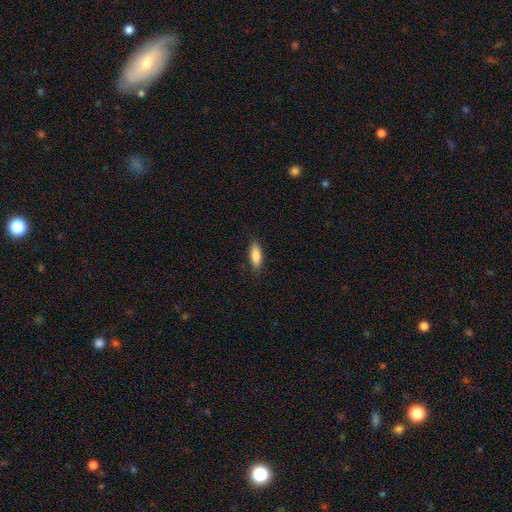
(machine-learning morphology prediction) Smooth or featured? smooth (84%)
How rounded? in between (65%)
Merging? none (87%)